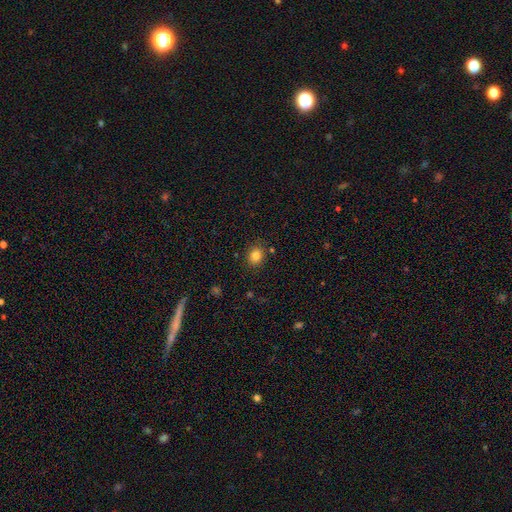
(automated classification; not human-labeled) Morphology: type=smooth (83%); roundness=round (68%); merging=none (85%).